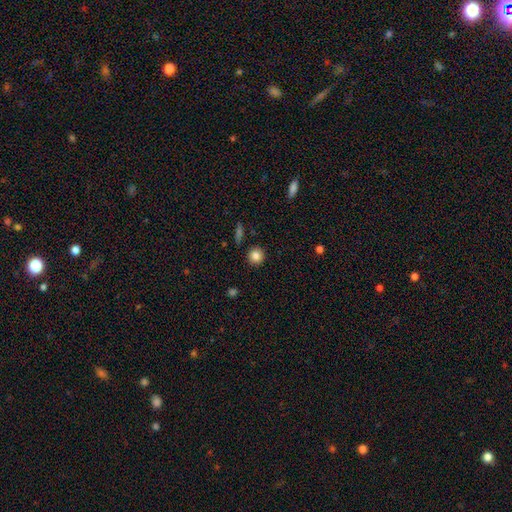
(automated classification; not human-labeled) Morphology: type=smooth (85%); roundness=round (91%); merging=none (89%).